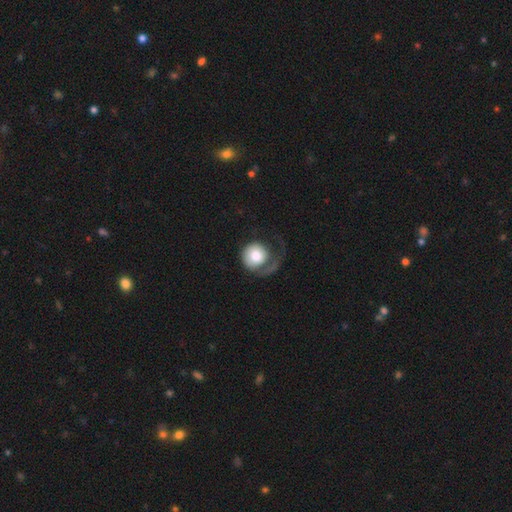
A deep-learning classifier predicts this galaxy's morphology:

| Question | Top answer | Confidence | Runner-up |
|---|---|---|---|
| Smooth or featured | smooth | 65% | featured or disk (29%) |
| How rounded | round | 88% | in between (11%) |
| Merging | major disturbance | 48% | none (32%) |